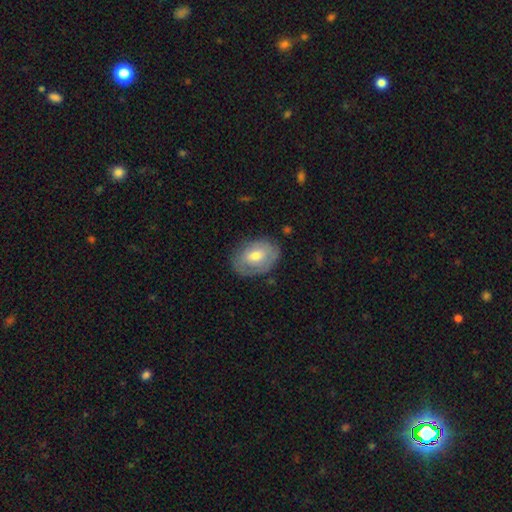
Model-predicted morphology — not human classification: This is possibly a smooth galaxy (54%). How rounded: clearly in between (81%). Merging: likely none (73%).